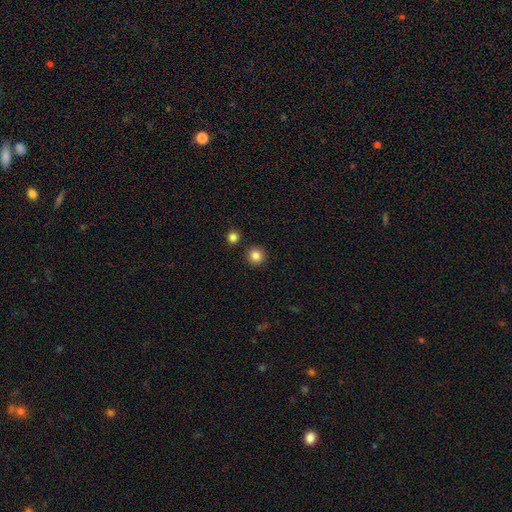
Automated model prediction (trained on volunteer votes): Smooth or featured?
  - smooth: 85% *
  - star or artifact: 11%
  - featured or disk: 4%
How rounded?
  - round: 94% *
  - in between: 5%
  - cigar-shaped: 1%
Merging?
  - none: 90% *
  - minor disturbance: 5%
  - merger: 3%
  - major disturbance: 2%